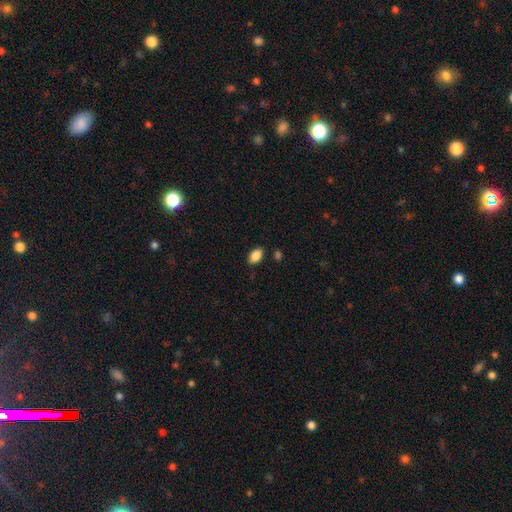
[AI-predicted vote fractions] Overall: smooth (87%). How rounded: in between (88%). Merging: none (85%).